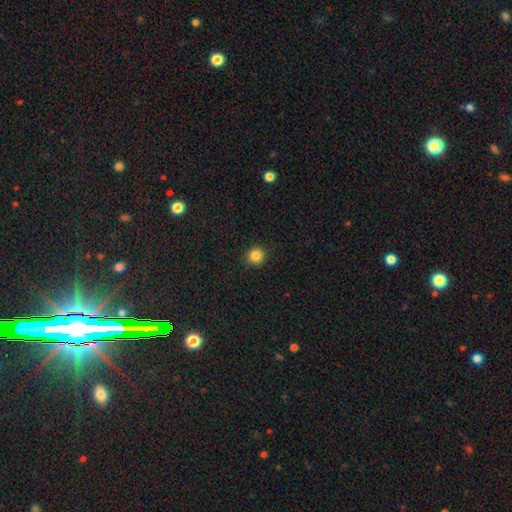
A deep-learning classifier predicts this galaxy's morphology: The model was most divided on "smooth or featured": smooth: 85%, star or artifact: 11%, featured or disk: 4%. More confident: how rounded — round (94%); merging — none (92%).